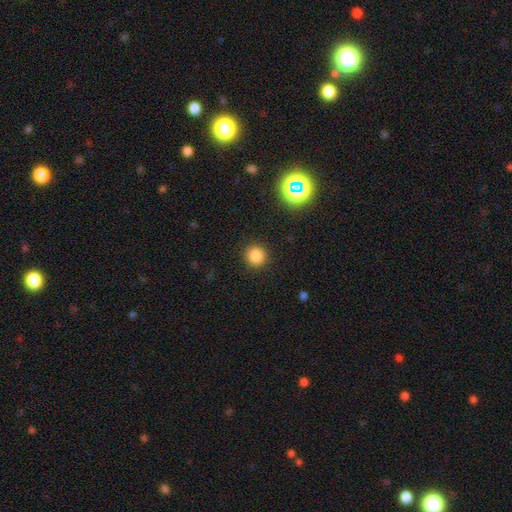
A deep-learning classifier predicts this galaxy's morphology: smooth-or-featured: smooth: 83% | star or artifact: 13% | featured or disk: 4%
  how-rounded: round: 94% | in between: 5% | cigar-shaped: 1%
  merging: none: 91% | minor disturbance: 6% | major disturbance: 2% | merger: 1%